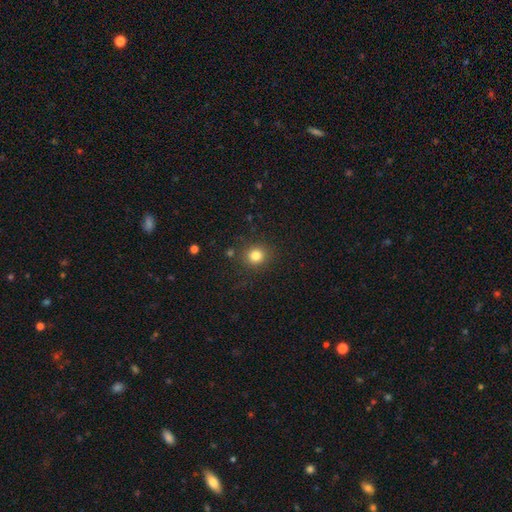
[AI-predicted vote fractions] Smooth or featured?
  - smooth: 81% *
  - star or artifact: 13%
  - featured or disk: 6%
How rounded?
  - round: 84% *
  - in between: 15%
  - cigar-shaped: 1%
Merging?
  - none: 86% *
  - minor disturbance: 8%
  - major disturbance: 3%
  - merger: 3%